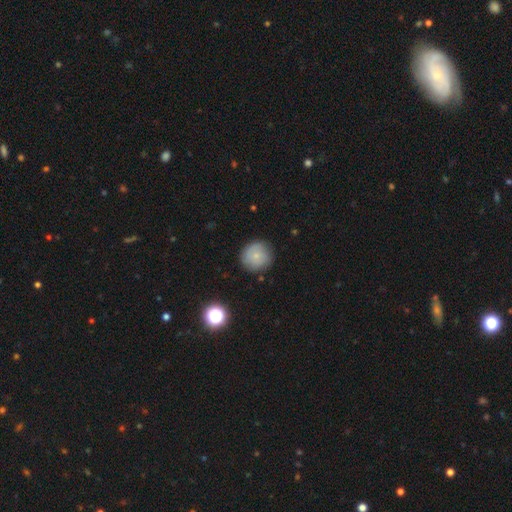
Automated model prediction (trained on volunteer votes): This appears to be a smooth galaxy with no disk features (71%) that is round (91%). Merging: none (82%).